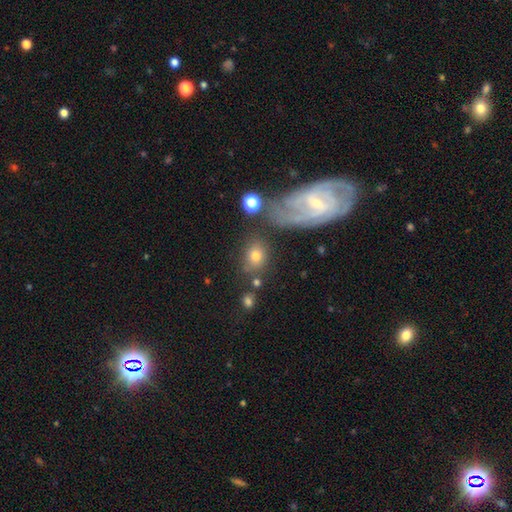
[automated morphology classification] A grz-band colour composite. It shows a smooth galaxy with no disk features (67%) that is in between round and cigar-shaped (49%). Merging: none (66%).